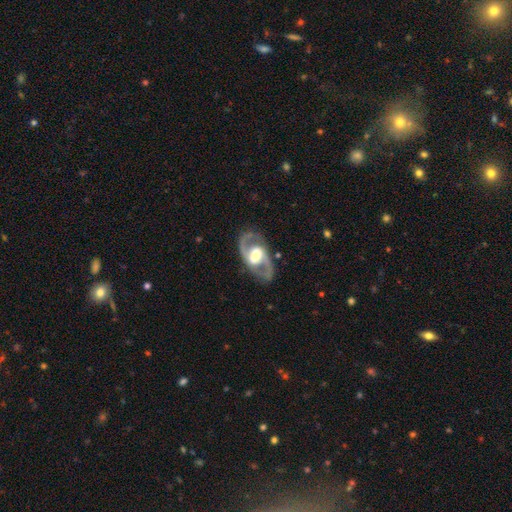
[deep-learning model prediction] smooth-or-featured: featured or disk: 89% | smooth: 7% | star or artifact: 4%
  disk-edge-on: no: 96% | yes: 4%
    bar: weak: 42% | strong: 32% | no: 26%
    has-spiral-arms: yes: 93% | no: 7%
      spiral-winding: medium: 61% | tight: 21% | loose: 18%
      spiral-arm-count: 2: 93% | can't tell: 3% | 1: 1% | 3: 1% | 4: 1% | more than 4: 1%
    bulge-size: moderate: 49% | large: 33% | small: 13% | dominant: 3% | none: 3%
  merging: none: 84% | minor disturbance: 10% | major disturbance: 5% | merger: 1%